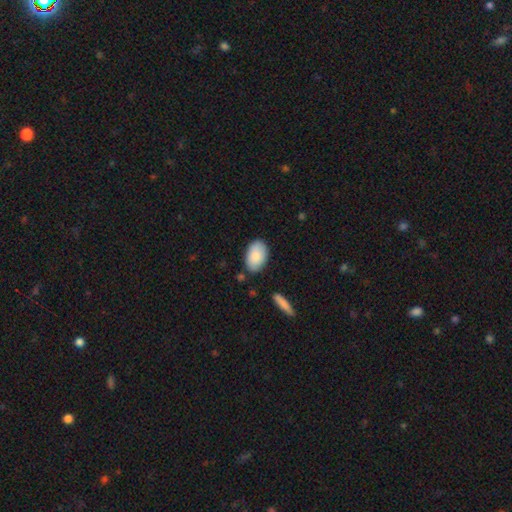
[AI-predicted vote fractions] smooth_or_featured: smooth (p=0.85) [alt: featured or disk p=0.09]
how_rounded: in between (p=0.93) [alt: round p=0.06]
merging: none (p=0.81) [alt: minor disturbance p=0.14]